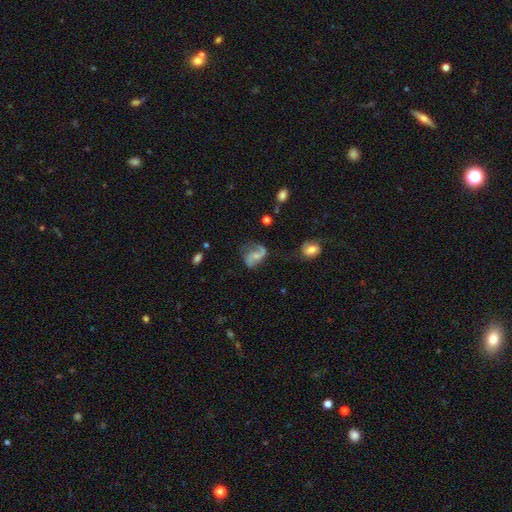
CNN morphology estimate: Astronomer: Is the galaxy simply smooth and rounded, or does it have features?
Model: featured or disk — 78%.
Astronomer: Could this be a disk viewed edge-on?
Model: no — 98%.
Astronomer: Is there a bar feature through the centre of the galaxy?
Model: no — 52% (runner-up: weak, 37%).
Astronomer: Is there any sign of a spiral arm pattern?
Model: yes — 94%.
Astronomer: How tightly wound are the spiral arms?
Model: loose — 55% (runner-up: medium, 36%).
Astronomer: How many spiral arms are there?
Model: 2 — 79%.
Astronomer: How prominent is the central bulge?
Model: small — 48% (runner-up: moderate, 26%).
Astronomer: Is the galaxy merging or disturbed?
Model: none — 54%.